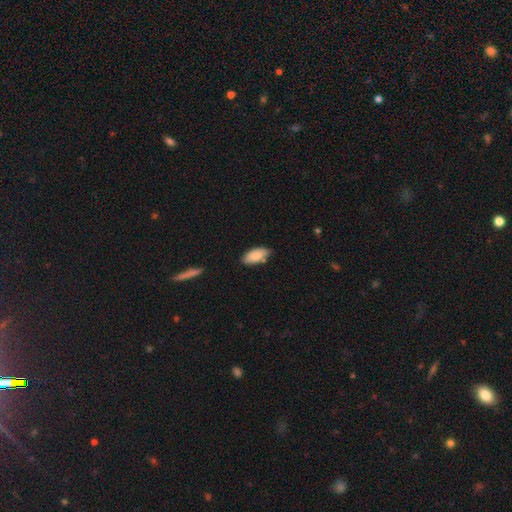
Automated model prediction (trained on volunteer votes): smooth_or_featured: smooth (p=0.86) [alt: featured or disk p=0.08]
how_rounded: in between (p=0.89) [alt: cigar-shaped p=0.09]
merging: none (p=0.77) [alt: minor disturbance p=0.17]